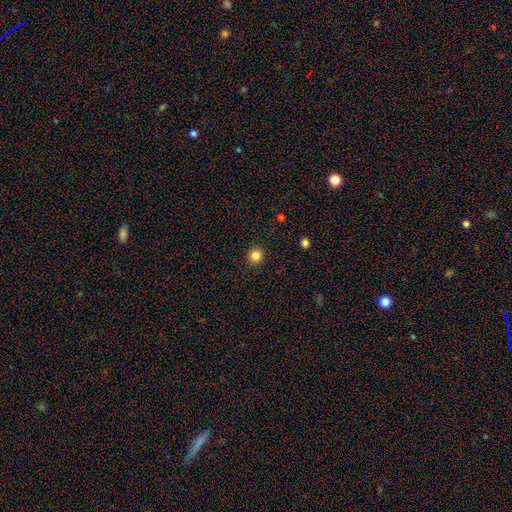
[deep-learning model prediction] Smooth or featured? Predicted: smooth (p=0.83). How rounded? Predicted: round (p=0.92). Merging? Predicted: none (p=0.92).